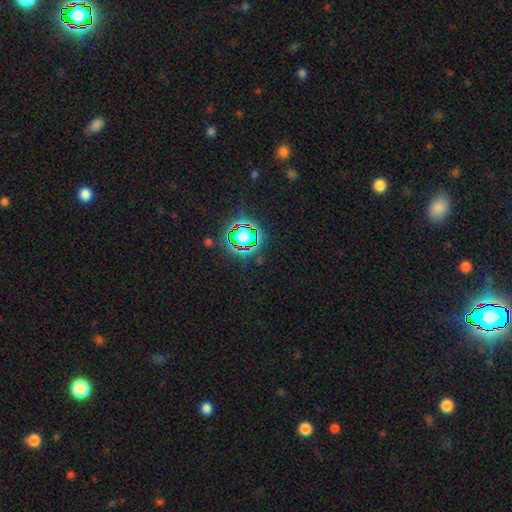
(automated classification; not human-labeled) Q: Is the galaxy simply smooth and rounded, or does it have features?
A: star or artifact — 79%.